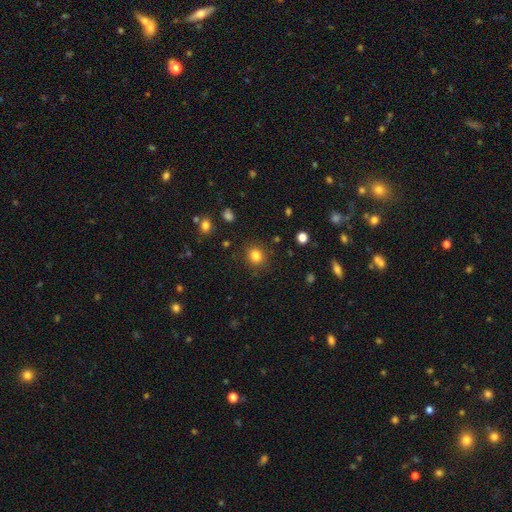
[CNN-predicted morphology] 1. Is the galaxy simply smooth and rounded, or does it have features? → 82% smooth, 12% star or artifact, 6% featured or disk.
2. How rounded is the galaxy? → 82% round, 17% in between, 1% cigar-shaped.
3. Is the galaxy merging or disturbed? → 87% none, 8% minor disturbance, 3% major disturbance, 2% merger.